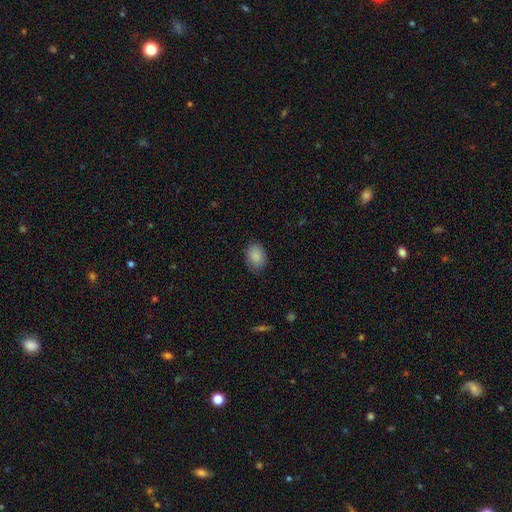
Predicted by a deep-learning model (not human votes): Morphology: type=smooth (87%); roundness=in between (67%); merging=none (83%).